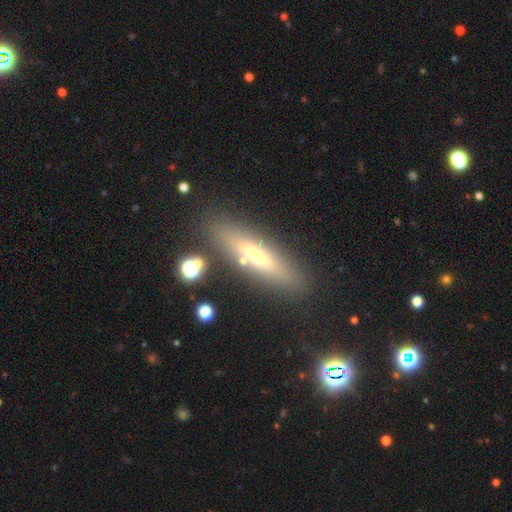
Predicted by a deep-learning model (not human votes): Overall: featured or disk (47%; smooth 41%). Merging: none (83%).